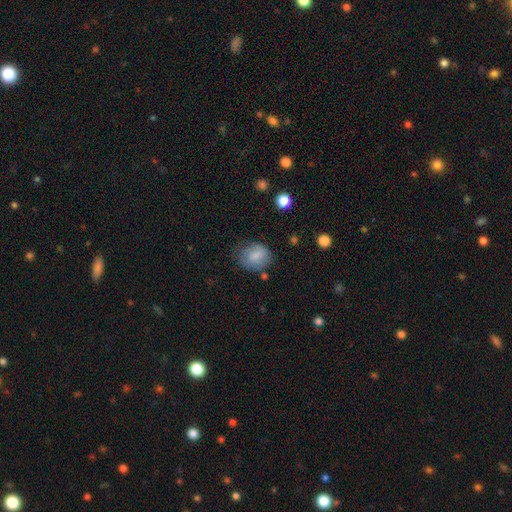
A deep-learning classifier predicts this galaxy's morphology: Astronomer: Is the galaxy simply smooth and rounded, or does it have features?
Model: smooth — 78%.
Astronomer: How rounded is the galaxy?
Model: in between — 50% (runner-up: round, 49%).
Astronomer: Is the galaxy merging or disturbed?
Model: none — 61%.